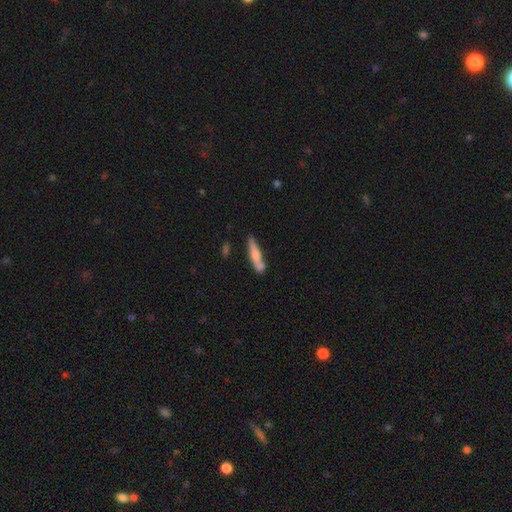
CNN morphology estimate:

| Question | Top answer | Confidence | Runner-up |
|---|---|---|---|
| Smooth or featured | smooth | 65% | featured or disk (28%) |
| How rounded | cigar-shaped | 85% | in between (13%) |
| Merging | none | 62% | minor disturbance (19%) |